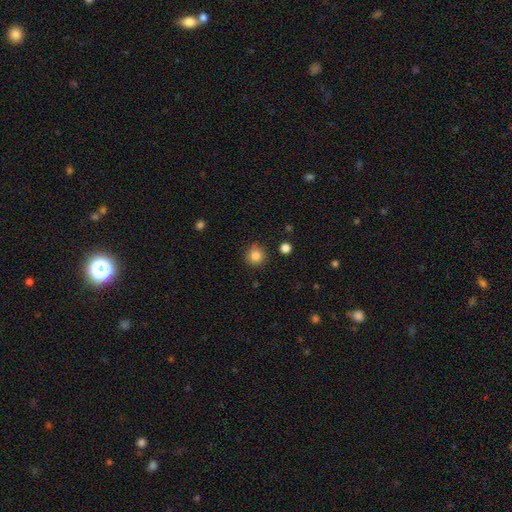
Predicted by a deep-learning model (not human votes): Smooth or featured? Predicted: smooth (p=0.84). How rounded? Predicted: round (p=0.93). Merging? Predicted: none (p=0.85).